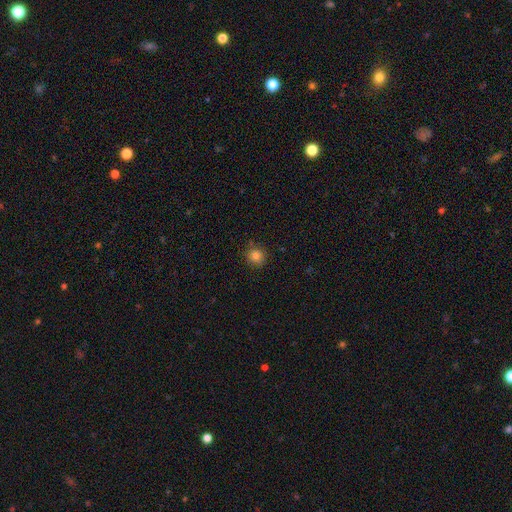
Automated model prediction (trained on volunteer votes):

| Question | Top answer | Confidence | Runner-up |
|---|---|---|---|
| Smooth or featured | smooth | 83% | star or artifact (13%) |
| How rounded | round | 92% | in between (7%) |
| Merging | none | 86% | minor disturbance (10%) |